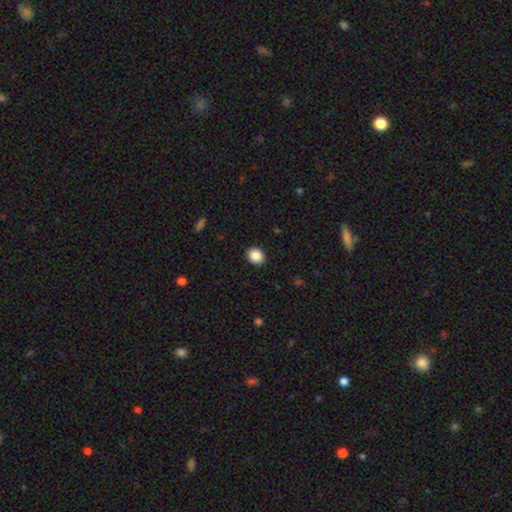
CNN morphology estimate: Smooth or featured? smooth (87%)
How rounded? round (70%)
Merging? none (91%)